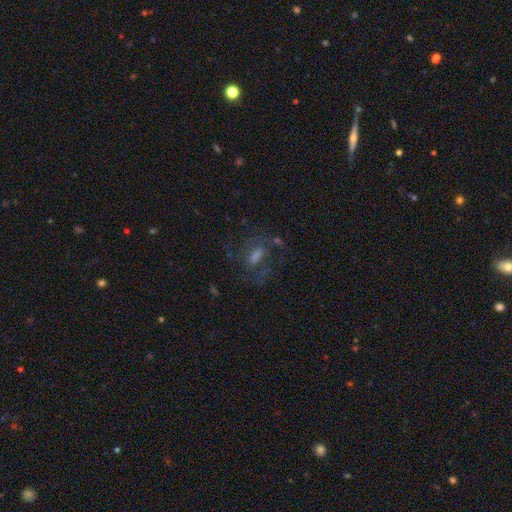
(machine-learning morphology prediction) A featured or disk galaxy (46%).

Vote fractions:
- Smooth or featured? featured or disk: 46% / smooth: 32% / star or artifact: 23%
- Merging? none: 63% / major disturbance: 18% / minor disturbance: 16% / merger: 3%